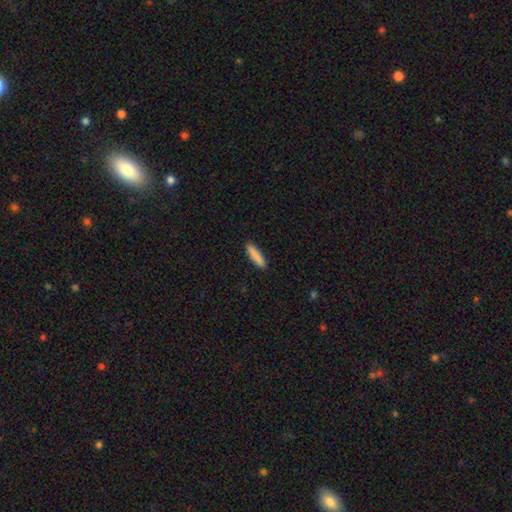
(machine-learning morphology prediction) Smooth or featured? smooth (87%)
How rounded? cigar-shaped (85%)
Merging? none (91%)